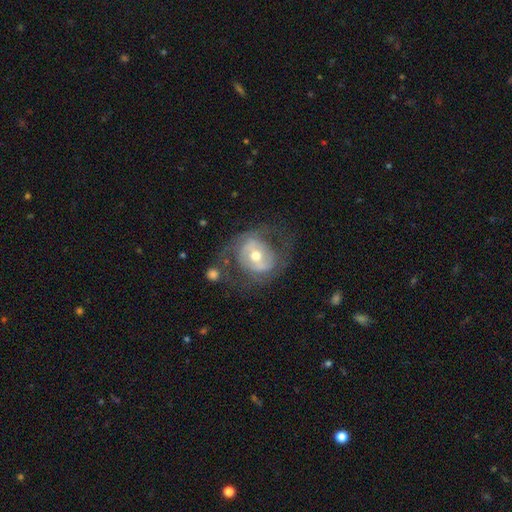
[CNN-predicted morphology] Smooth or featured?
  - featured or disk: 68% *
  - smooth: 25%
  - star or artifact: 7%
Edge-on disk?
  - no: 95% *
  - yes: 5%
Bar?
  - weak: 36% * (tied)
  - no: 36% * (tied)
  - strong: 28%
Spiral arms?
  - yes: 55% *
  - no: 45%
Bulge size?
  - moderate: 65% *
  - small: 29%
  - large: 5%
  - dominant: 1%
  - none: 1%
Merging?
  - none: 56% *
  - major disturbance: 21%
  - minor disturbance: 19%
  - merger: 5%